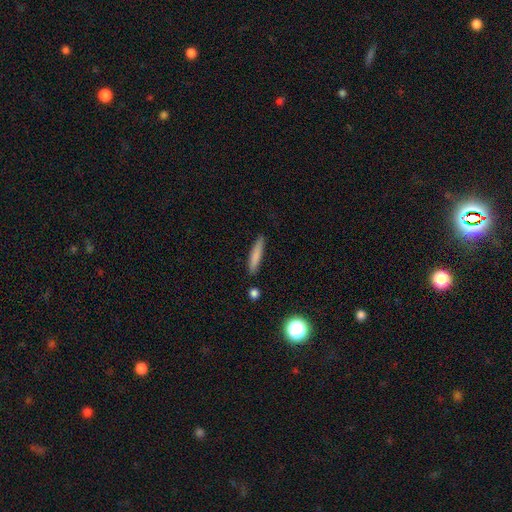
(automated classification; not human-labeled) Smooth or featured: smooth — 79% (featured or disk — 14%)
How rounded: cigar-shaped — 89% (in between — 9%)
Merging: none — 85% (minor disturbance — 10%)